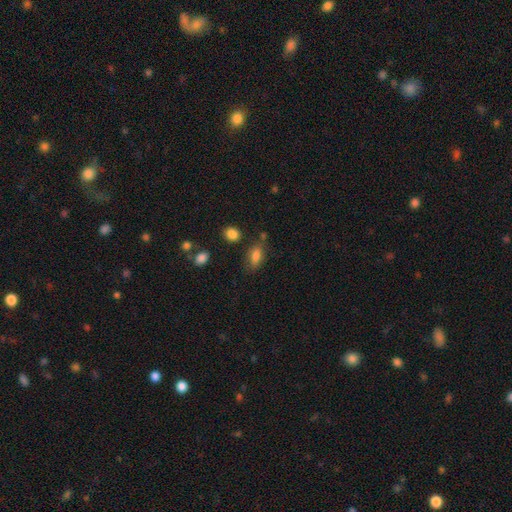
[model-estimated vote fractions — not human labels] Smooth or featured?
  - smooth: 81% *
  - star or artifact: 10%
  - featured or disk: 9%
How rounded?
  - in between: 85% *
  - cigar-shaped: 8%
  - round: 6%
Merging?
  - none: 70% *
  - minor disturbance: 18%
  - merger: 6%
  - major disturbance: 6%